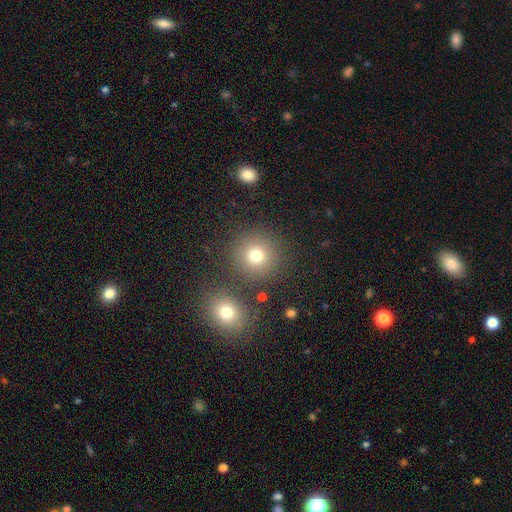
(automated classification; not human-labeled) Overall: smooth (75%). How rounded: round (93%). Merging: none (82%).